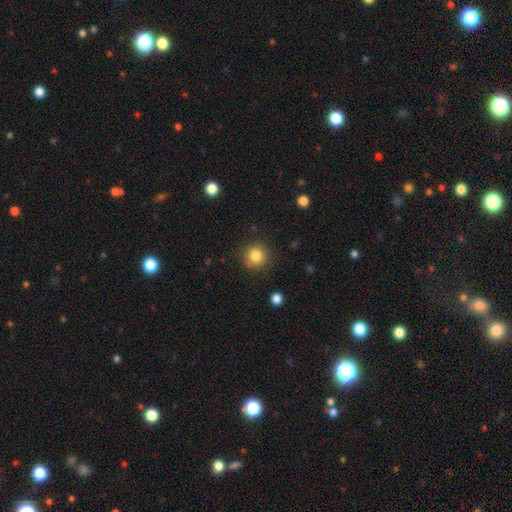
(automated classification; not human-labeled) A smooth galaxy with no disk features (83%) that is round (92%). Merging: none (85%).